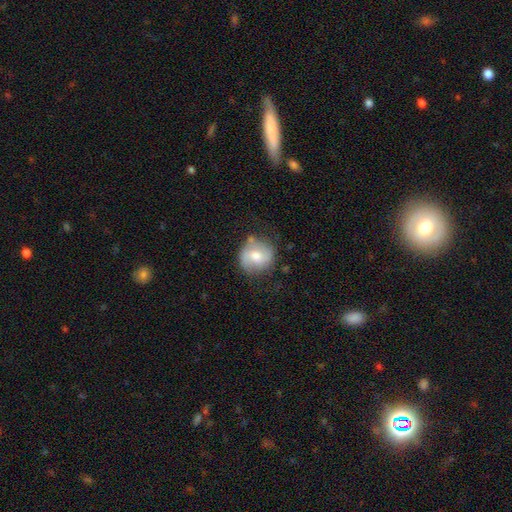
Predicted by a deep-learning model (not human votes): Smooth or featured?
  - smooth: 58% *
  - featured or disk: 34%
  - star or artifact: 8%
How rounded?
  - round: 85% *
  - in between: 14%
  - cigar-shaped: 1%
Merging?
  - none: 73% *
  - minor disturbance: 19%
  - major disturbance: 6%
  - merger: 2%